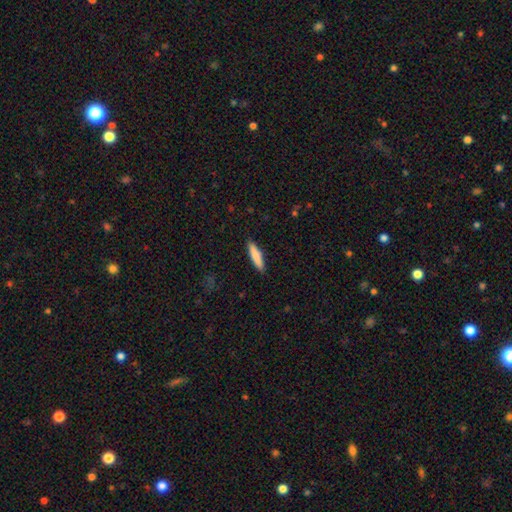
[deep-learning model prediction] This appears to be a smooth galaxy with no disk features (82%) that is cigar-shaped (83%). Merging: none (89%).